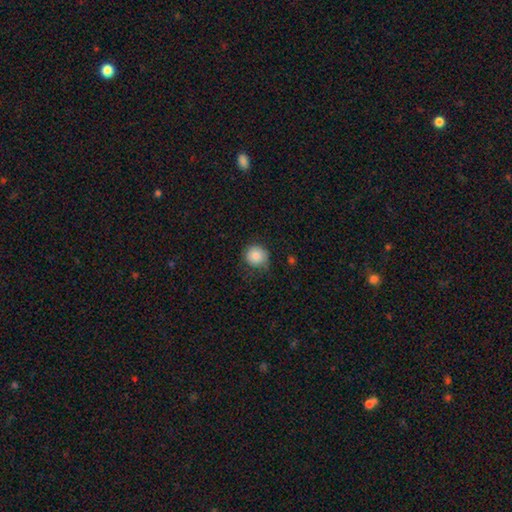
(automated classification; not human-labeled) Overall: smooth (85%). How rounded: round (90%). Merging: none (71%).